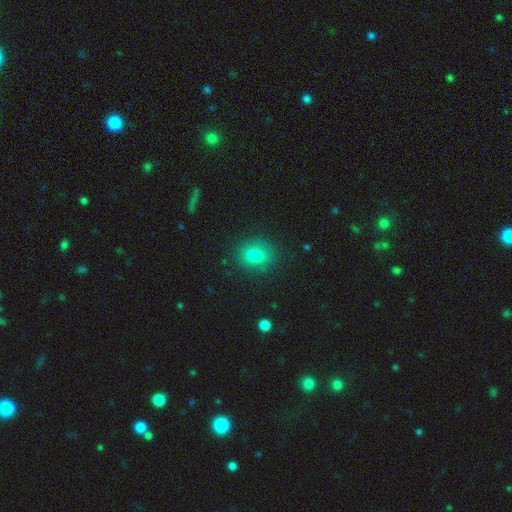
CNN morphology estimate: smooth-or-featured: smooth: 81% | star or artifact: 12% | featured or disk: 8%
  how-rounded: round: 67% | in between: 32% | cigar-shaped: 1%
  merging: none: 85% | minor disturbance: 11% | major disturbance: 3% | merger: 1%